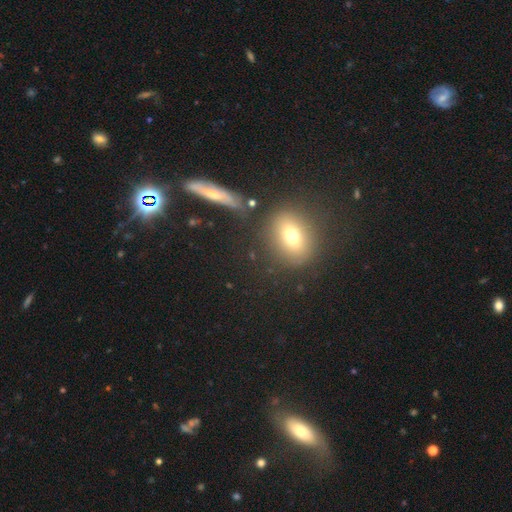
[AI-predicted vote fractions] smooth_or_featured: smooth (p=0.51) [alt: star or artifact p=0.25]
how_rounded: in between (p=0.47) [alt: round p=0.45]
merging: none (p=0.80) [alt: minor disturbance p=0.10]